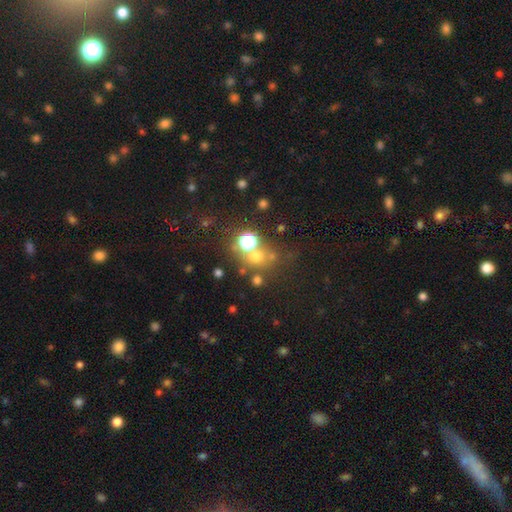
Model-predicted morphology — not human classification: Q: Smooth or featured?
A: smooth (57%); runner-up: star or artifact (33%)
Q: How rounded?
A: round (83%); runner-up: in between (15%)
Q: Merging?
A: none (64%); runner-up: merger (20%)